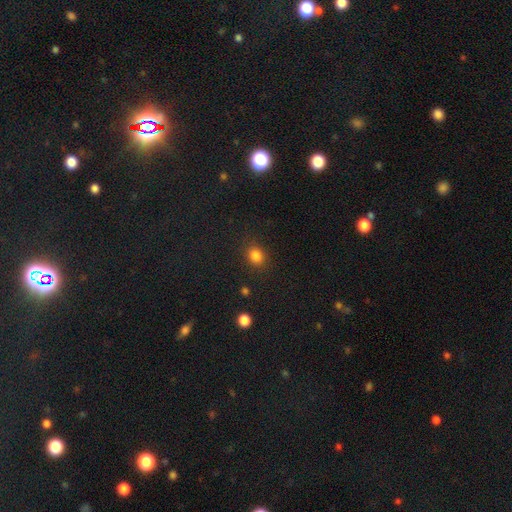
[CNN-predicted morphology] Smooth or featured?
  - smooth: 83% *
  - star or artifact: 12%
  - featured or disk: 4%
How rounded?
  - round: 66% *
  - in between: 33%
  - cigar-shaped: 1%
Merging?
  - none: 86% *
  - minor disturbance: 9%
  - major disturbance: 3%
  - merger: 2%